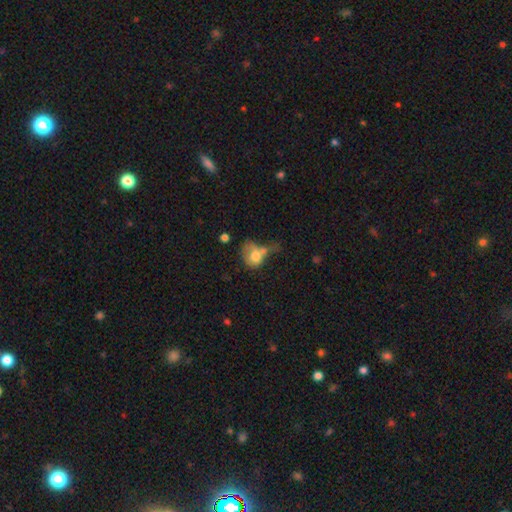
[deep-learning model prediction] This appears to be a smooth galaxy with no disk features (70%) that is in between round and cigar-shaped (52%). Merging: merger (38%).